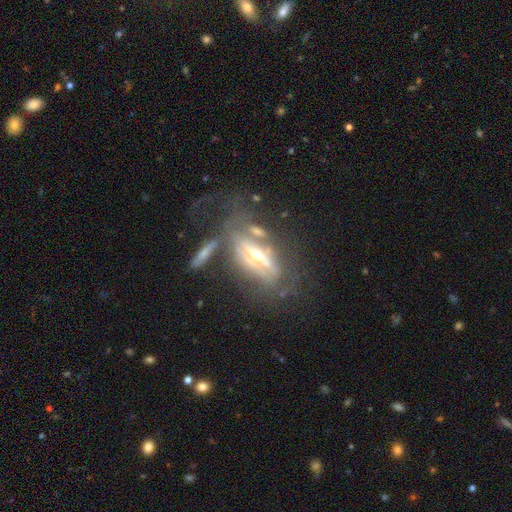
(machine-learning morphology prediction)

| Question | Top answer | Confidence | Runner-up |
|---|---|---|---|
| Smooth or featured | featured or disk | 75% | smooth (17%) |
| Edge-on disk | no | 62% | yes (38%) |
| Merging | none | 32% | major disturbance (31%) |